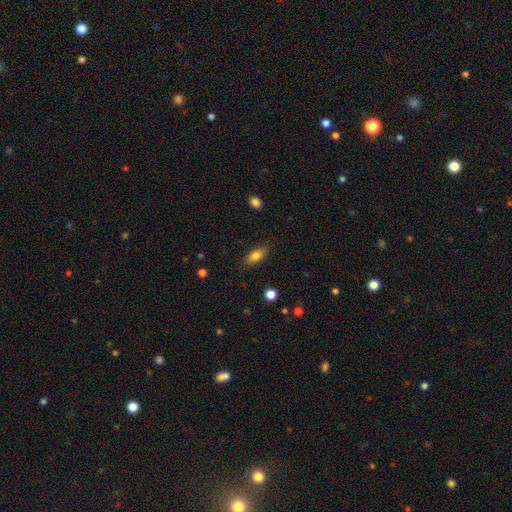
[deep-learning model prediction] Smooth or featured? smooth (81%)
How rounded? in between (83%)
Merging? none (84%)